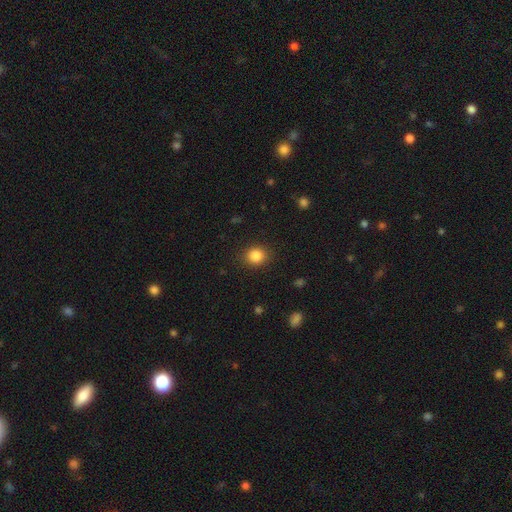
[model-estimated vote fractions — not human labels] Morphology: type=smooth (85%); roundness=round (80%); merging=none (88%).